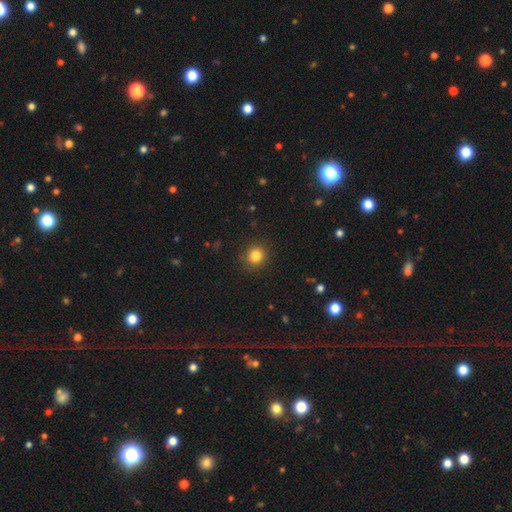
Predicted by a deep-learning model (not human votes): Smooth or featured: smooth — 83% (star or artifact — 12%)
How rounded: round — 88% (in between — 11%)
Merging: none — 90% (minor disturbance — 7%)